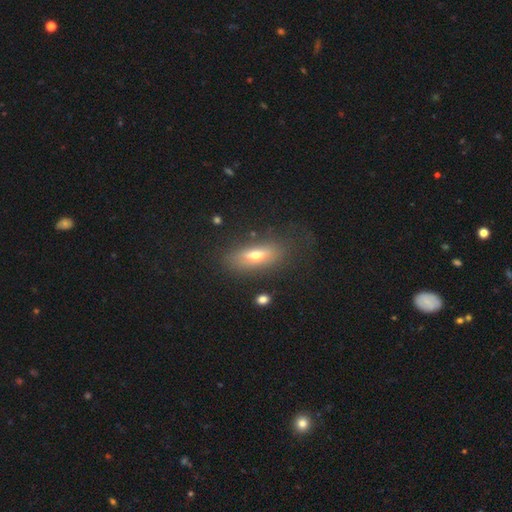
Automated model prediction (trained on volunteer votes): Overall: smooth (56%; featured or disk 35%). How rounded: in between (70%). Merging: none (68%).